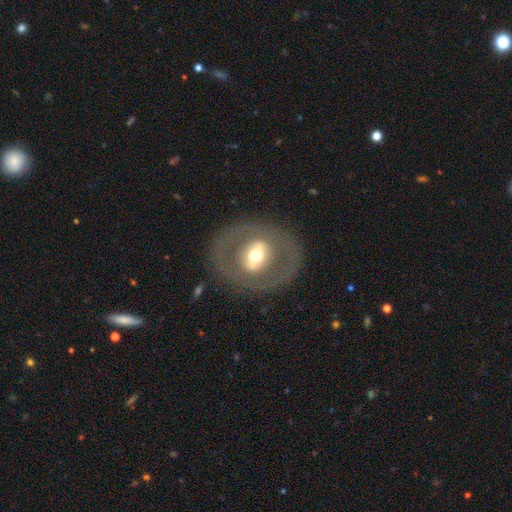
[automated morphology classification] Q: Smooth or featured?
A: featured or disk (59%); runner-up: smooth (35%)
Q: Edge-on disk?
A: no (91%); runner-up: yes (9%)
Q: Bar?
A: no (42%); runner-up: strong (31%)
Q: Spiral arms?
A: no (88%); runner-up: yes (12%)
Q: Bulge size?
A: moderate (62%); runner-up: large (20%)
Q: Merging?
A: none (80%); runner-up: minor disturbance (9%)